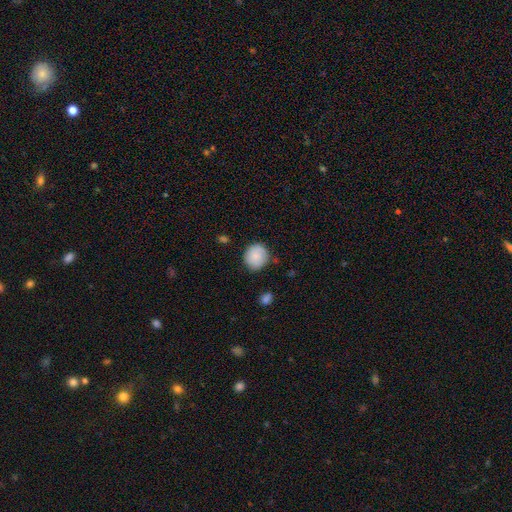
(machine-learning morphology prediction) Smooth or featured? Predicted: smooth (p=0.82). How rounded? Predicted: round (p=0.85). Merging? Predicted: none (p=0.78).